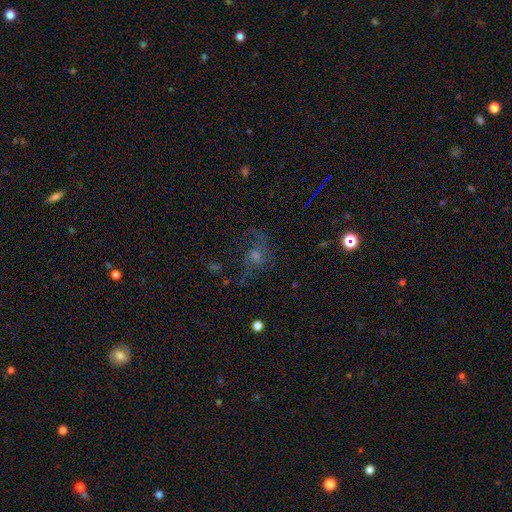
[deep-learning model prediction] Smooth or featured?
  - featured or disk: 43% *
  - star or artifact: 34%
  - smooth: 24%
Merging?
  - none: 56% *
  - major disturbance: 23%
  - minor disturbance: 17%
  - merger: 3%